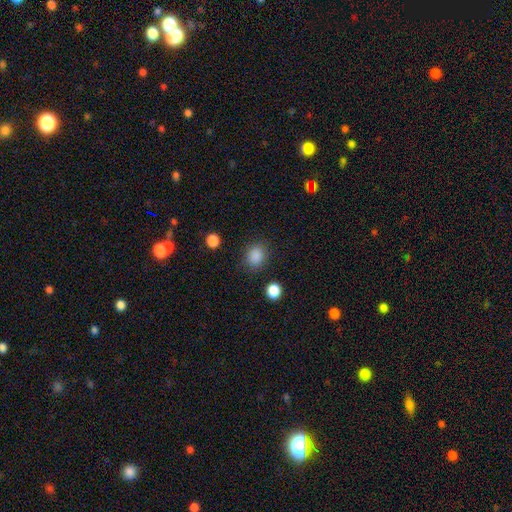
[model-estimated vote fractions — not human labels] Smooth or featured? Predicted: smooth (p=0.87). How rounded? Predicted: round (p=0.64). Merging? Predicted: none (p=0.84).